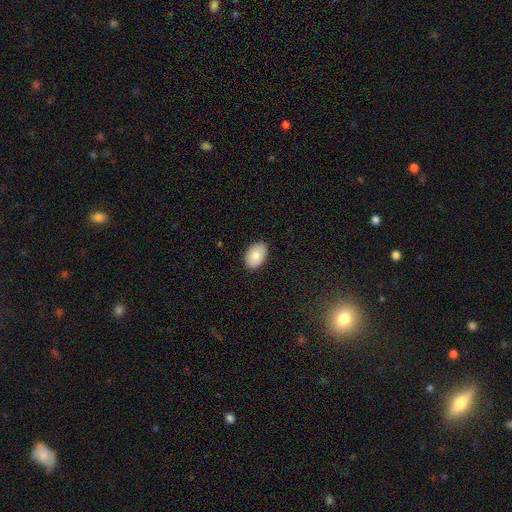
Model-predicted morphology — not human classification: Smooth or featured?
  - smooth: 84% *
  - featured or disk: 9%
  - star or artifact: 7%
How rounded?
  - in between: 90% *
  - round: 9%
  - cigar-shaped: 1%
Merging?
  - none: 88% *
  - minor disturbance: 10%
  - major disturbance: 2%
  - merger: 1%